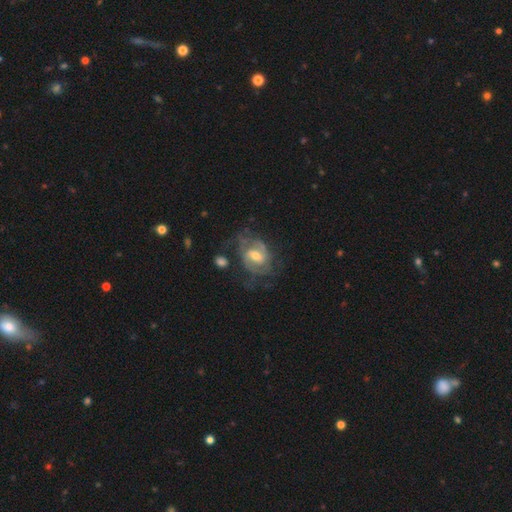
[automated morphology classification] Smooth or featured? featured or disk (80%)
Edge-on disk? no (97%)
Bar? weak (55%)
Spiral arms? yes (88%)
Spiral winding? medium (44%)
Spiral arm count? 2 (55%)
Bulge size? moderate (61%)
Merging? none (55%)